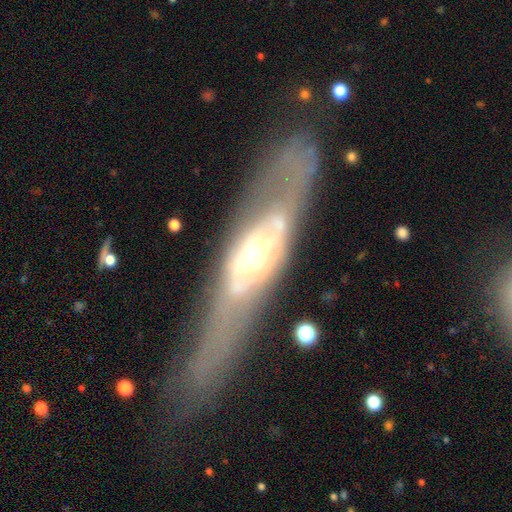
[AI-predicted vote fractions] Smooth or featured? Predicted: featured or disk (p=0.76). Edge-on disk? Predicted: no (p=0.62). Merging? Predicted: none (p=0.62).